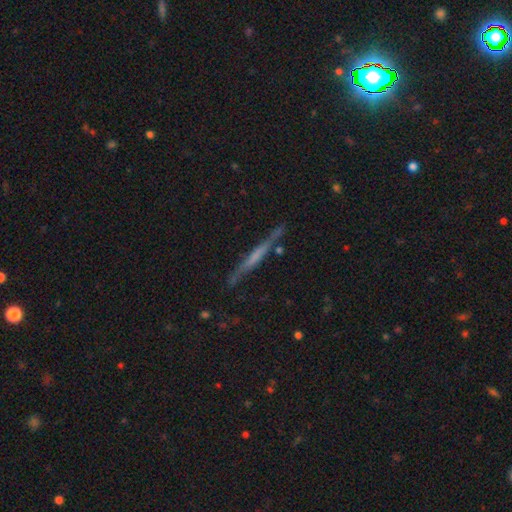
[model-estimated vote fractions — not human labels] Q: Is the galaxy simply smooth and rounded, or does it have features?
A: featured or disk — 61%.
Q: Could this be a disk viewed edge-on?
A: yes — 95%.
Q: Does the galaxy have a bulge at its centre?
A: none — 63%.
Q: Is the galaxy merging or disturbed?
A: none — 81%.